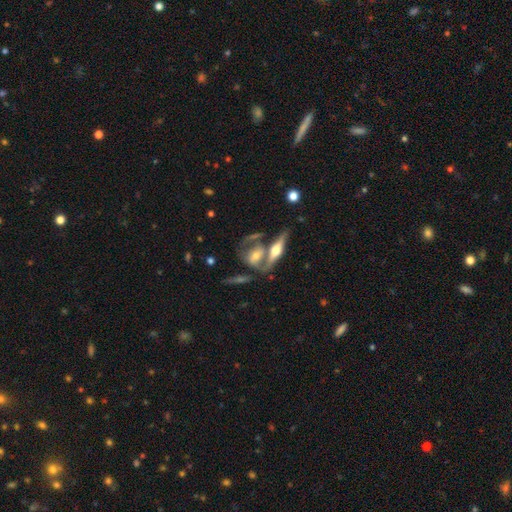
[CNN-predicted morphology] This appears to be a featured or disk galaxy (65%) viewed edge-on (57%). Merging: none (40%, tied with merger).